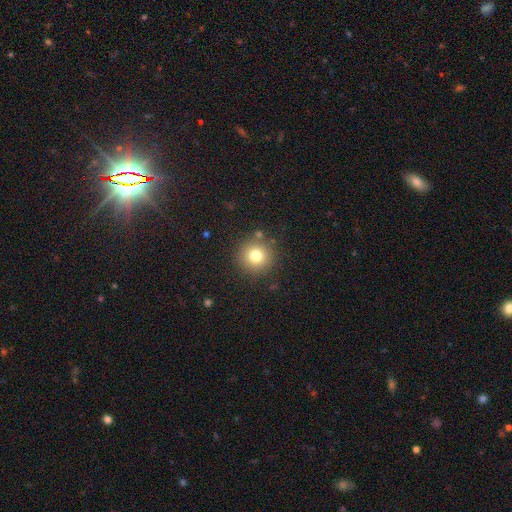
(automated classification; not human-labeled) Q: Smooth or featured?
A: smooth (77%); runner-up: star or artifact (14%)
Q: How rounded?
A: round (95%); runner-up: in between (4%)
Q: Merging?
A: none (87%); runner-up: minor disturbance (7%)